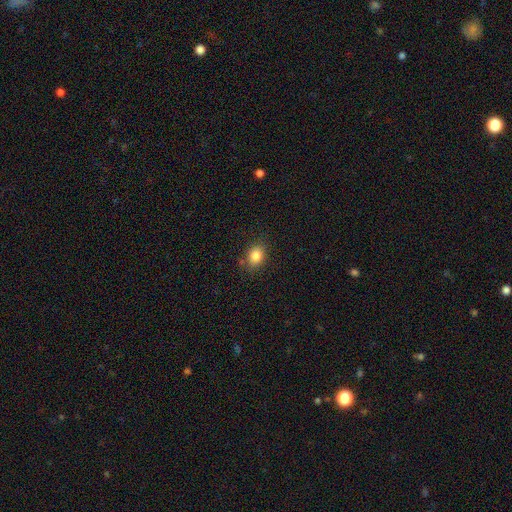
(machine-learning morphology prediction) smooth_or_featured: smooth (p=0.84) [alt: star or artifact p=0.10]
how_rounded: in between (p=0.59) [alt: round p=0.40]
merging: none (p=0.80) [alt: minor disturbance p=0.13]